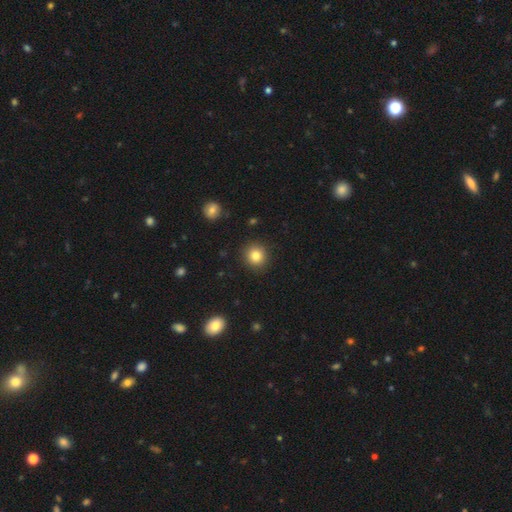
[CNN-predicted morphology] smooth_or_featured: smooth (p=0.83) [alt: star or artifact p=0.11]
how_rounded: round (p=0.91) [alt: in between p=0.08]
merging: none (p=0.91) [alt: minor disturbance p=0.06]